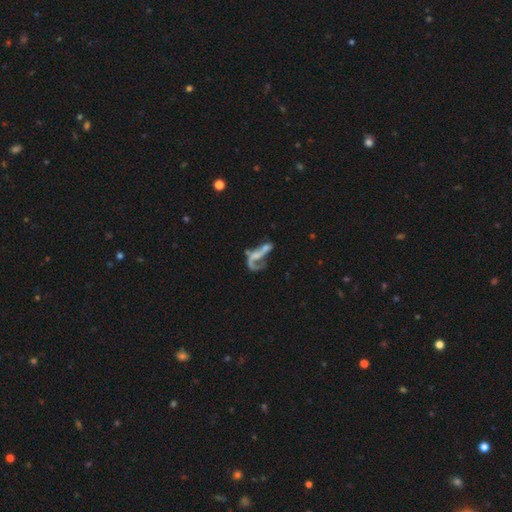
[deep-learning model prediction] Morphology: type=featured or disk (66%); edge-on=no (93%); bar=no (62%); spiral arms=yes (58%); bulge=none (58%); merging=major disturbance (39%).